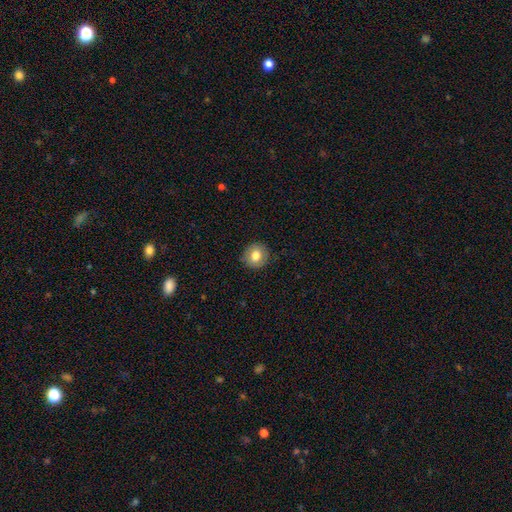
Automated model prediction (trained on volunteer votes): Smooth or featured: smooth — 79% (featured or disk — 12%)
How rounded: round — 87% (in between — 12%)
Merging: none — 88% (minor disturbance — 9%)